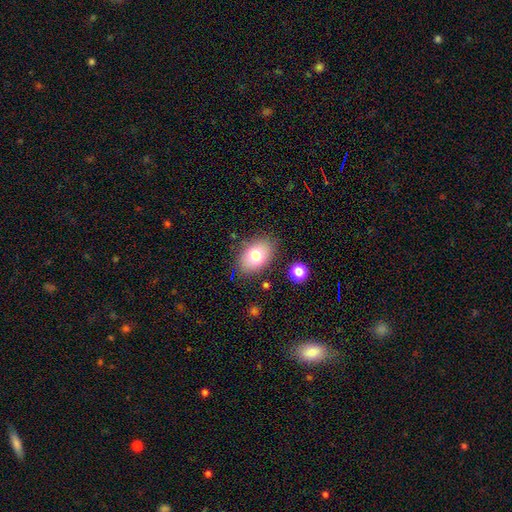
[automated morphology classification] Smooth or featured: smooth — 78% (featured or disk — 14%)
How rounded: in between — 84% (round — 15%)
Merging: none — 82% (minor disturbance — 12%)